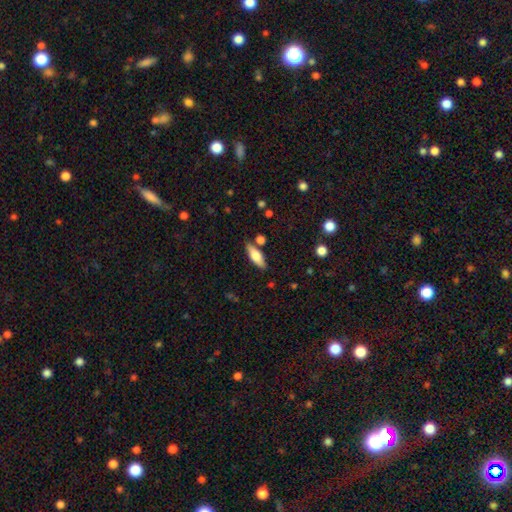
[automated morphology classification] Smooth or featured: smooth — 67% (featured or disk — 27%)
How rounded: in between — 62% (cigar-shaped — 36%)
Merging: none — 80% (minor disturbance — 12%)